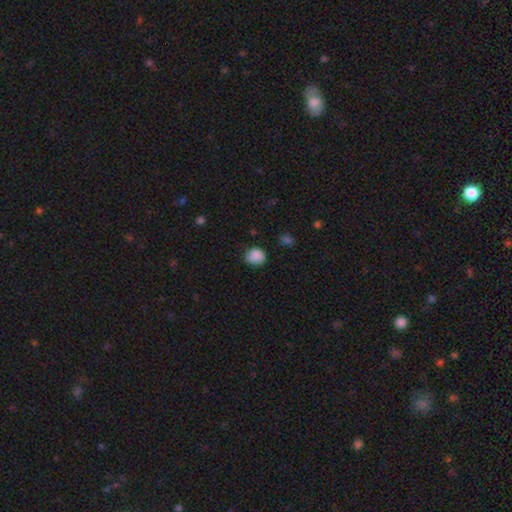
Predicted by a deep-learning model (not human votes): This is clearly a smooth galaxy (87%). How rounded: likely round (74%). Merging: likely none (74%).